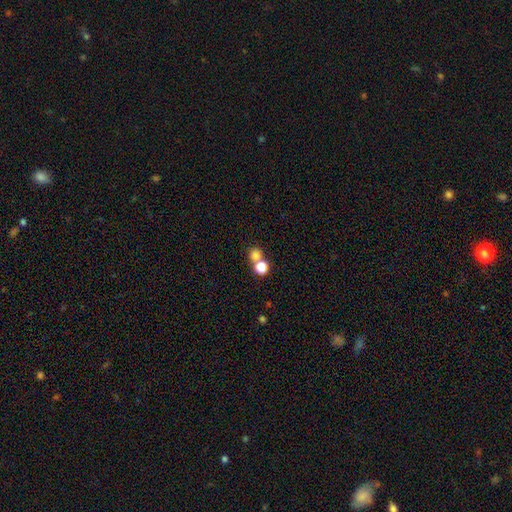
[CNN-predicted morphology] Smooth or featured: smooth — 76% (star or artifact — 15%)
How rounded: round — 83% (in between — 16%)
Merging: none — 49% (merger — 42%)